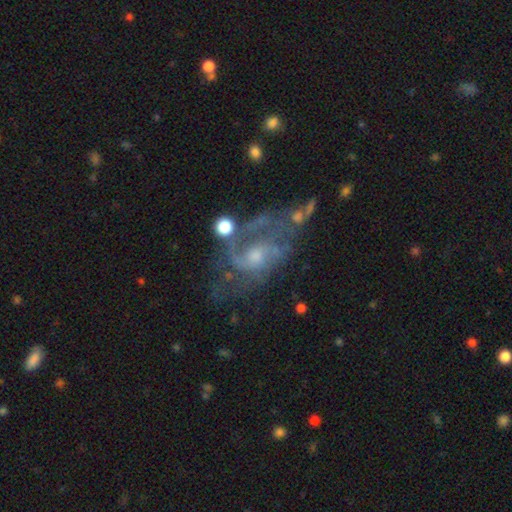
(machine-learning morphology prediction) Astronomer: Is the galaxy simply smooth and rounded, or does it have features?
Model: featured or disk — 75%.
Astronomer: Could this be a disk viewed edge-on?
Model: no — 95%.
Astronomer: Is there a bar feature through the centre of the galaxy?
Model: no — 61%.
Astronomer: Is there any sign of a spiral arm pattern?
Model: yes — 80%.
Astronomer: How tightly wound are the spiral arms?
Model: medium — 44% (runner-up: tight, 29%).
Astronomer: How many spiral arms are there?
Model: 2 — 43% (runner-up: can't tell, 33%).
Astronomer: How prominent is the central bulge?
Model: small — 51% (runner-up: moderate, 38%).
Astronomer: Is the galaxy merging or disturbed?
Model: none — 48%.